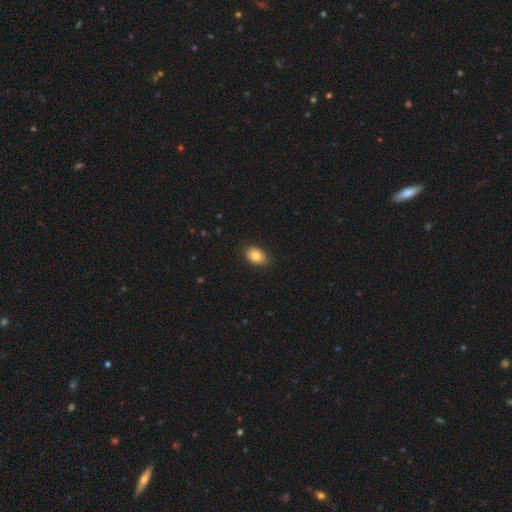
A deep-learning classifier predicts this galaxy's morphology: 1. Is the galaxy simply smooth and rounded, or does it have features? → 84% smooth, 8% star or artifact, 8% featured or disk.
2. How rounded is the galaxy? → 82% in between, 16% round, 1% cigar-shaped.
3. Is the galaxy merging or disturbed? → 84% none, 13% minor disturbance, 2% major disturbance, 1% merger.